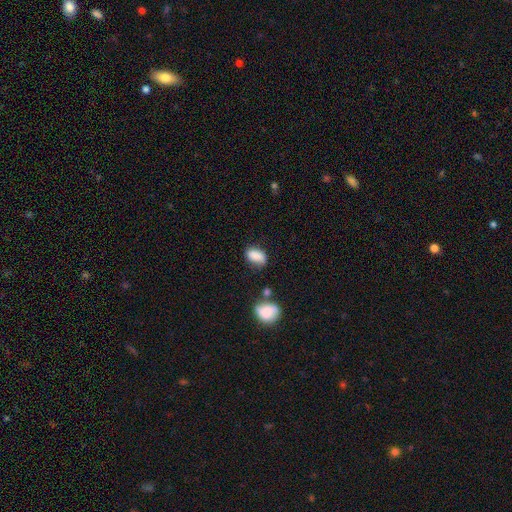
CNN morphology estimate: A smooth galaxy with no disk features (86%) that is in between round and cigar-shaped (88%). Merging: none (64%).